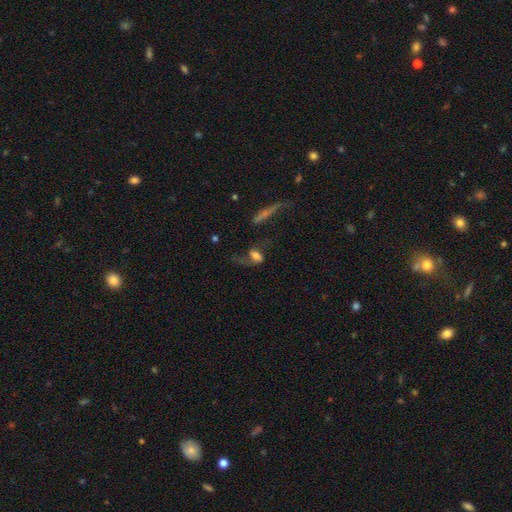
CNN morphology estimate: A featured or disk galaxy (49%). Merging: major disturbance (39%).